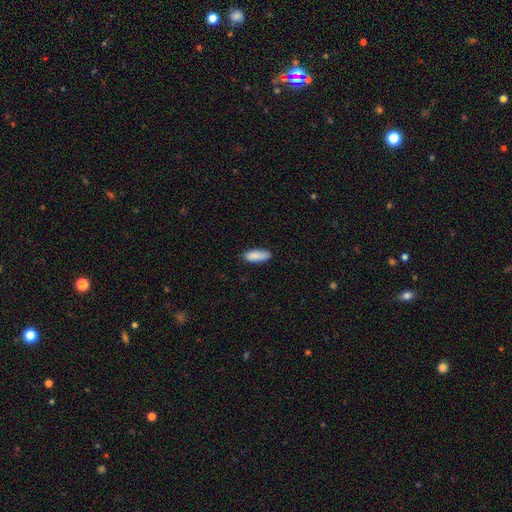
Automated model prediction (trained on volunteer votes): This appears to be a smooth galaxy with no disk features (89%) that is in between round and cigar-shaped (72%). Merging: none (81%).